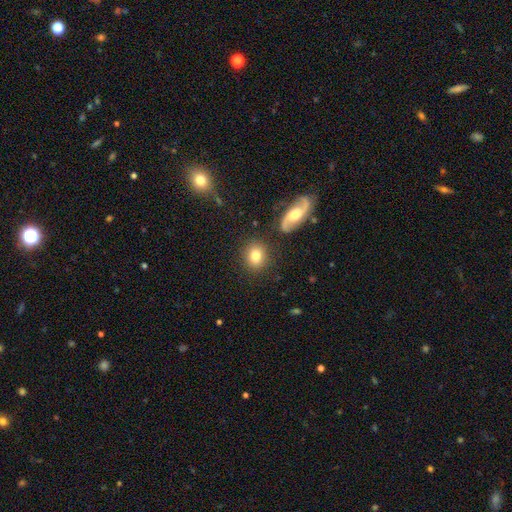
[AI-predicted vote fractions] Smooth or featured? smooth (78%)
How rounded? round (68%)
Merging? none (83%)